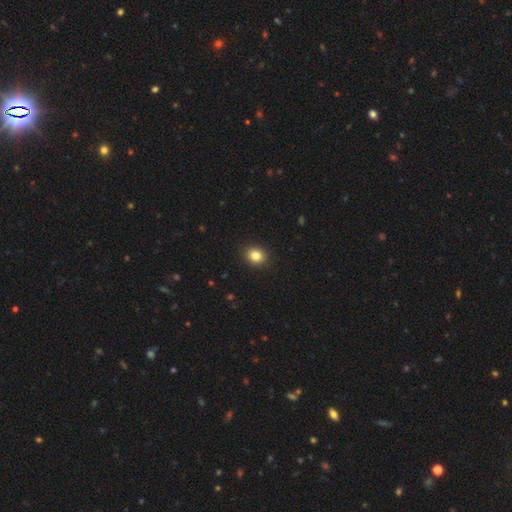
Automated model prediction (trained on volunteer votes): Overall: smooth (84%). How rounded: round (68%; in between 31%). Merging: none (91%).